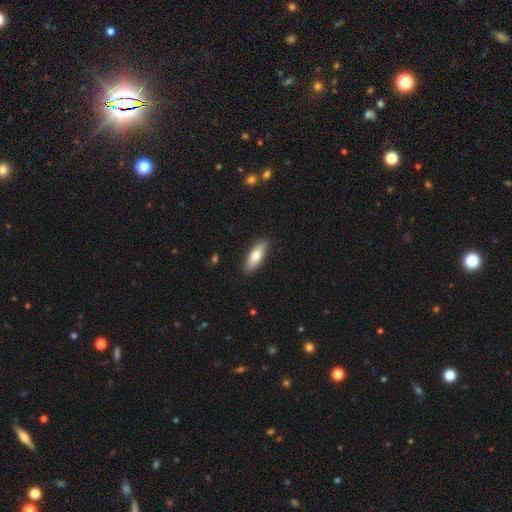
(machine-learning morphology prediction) This appears to be a smooth galaxy with no disk features (76%) that is in between round and cigar-shaped (66%). Merging: none (88%).